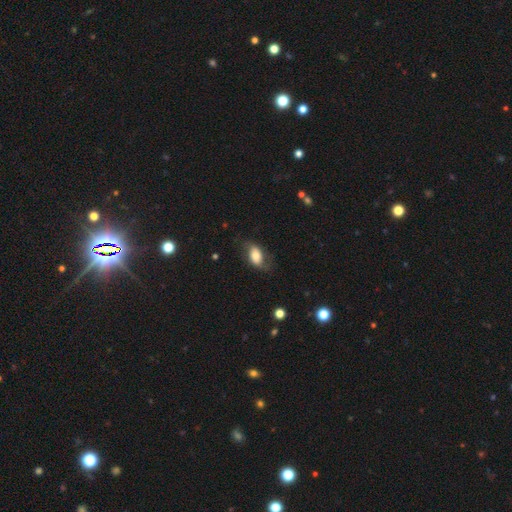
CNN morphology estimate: Smooth or featured: smooth — 64% (featured or disk — 29%)
How rounded: in between — 89% (round — 8%)
Merging: none — 62% (minor disturbance — 23%)